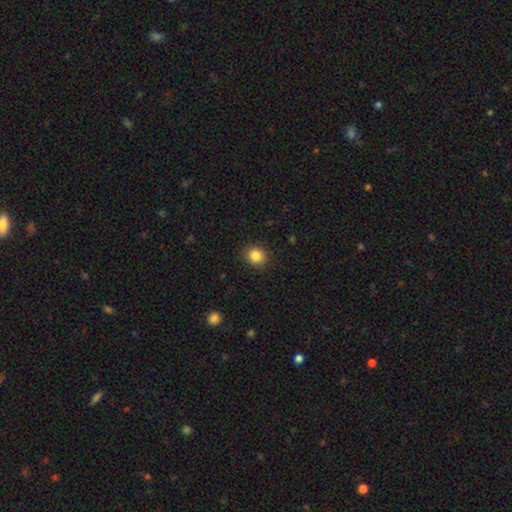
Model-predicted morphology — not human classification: This is clearly a smooth galaxy (86%). How rounded: likely round (79%). Merging: clearly none (90%).